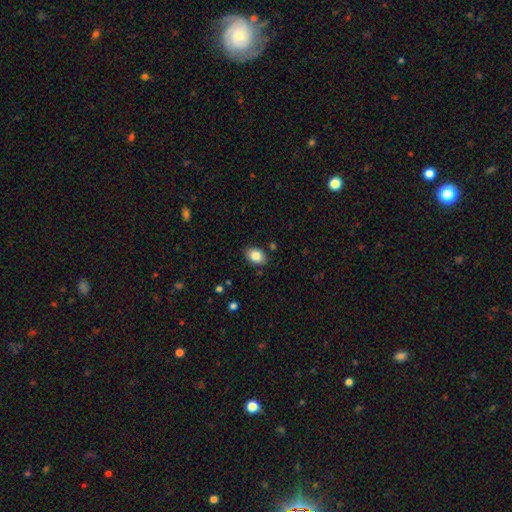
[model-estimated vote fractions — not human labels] This appears to be a smooth galaxy with no disk features (85%) that is in between round and cigar-shaped (84%). Merging: none (86%).